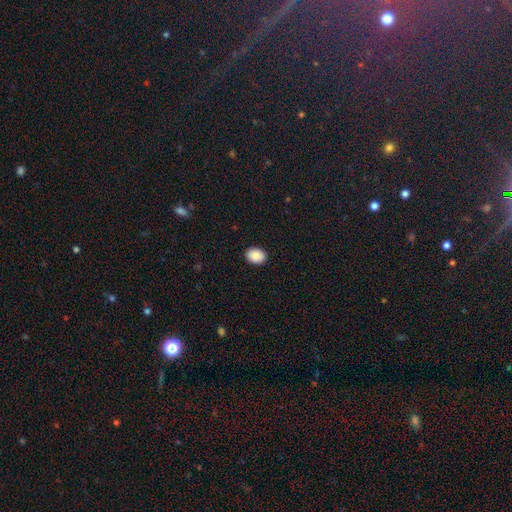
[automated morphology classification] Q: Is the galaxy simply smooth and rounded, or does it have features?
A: smooth — 89%.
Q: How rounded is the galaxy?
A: in between — 71%.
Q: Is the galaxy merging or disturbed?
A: none — 91%.